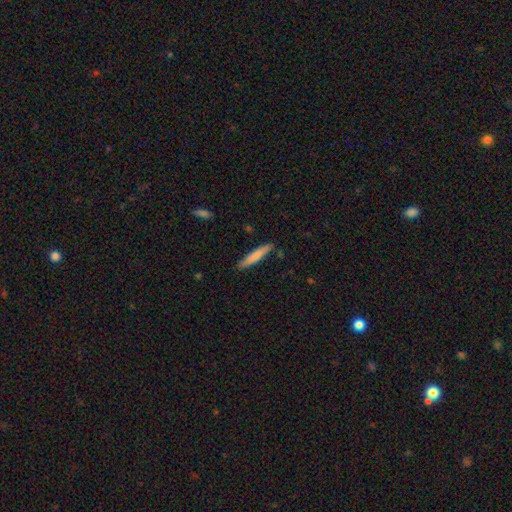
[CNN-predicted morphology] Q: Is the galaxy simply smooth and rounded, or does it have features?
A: smooth — 75%.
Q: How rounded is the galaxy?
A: cigar-shaped — 91%.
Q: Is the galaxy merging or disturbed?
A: none — 85%.